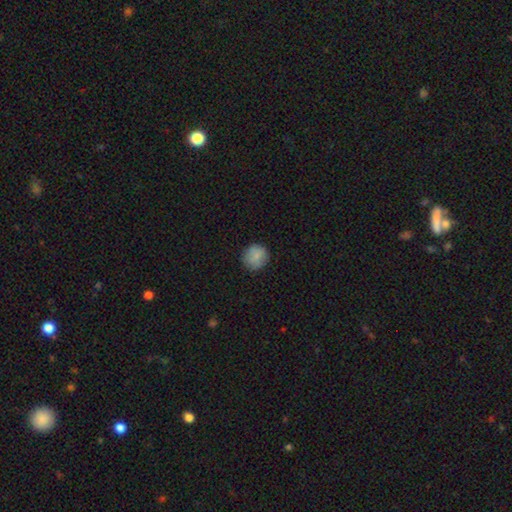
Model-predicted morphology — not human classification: A smooth galaxy with no disk features (83%) that is round (87%).

Vote fractions:
- Smooth or featured? smooth: 83% / featured or disk: 9% / star or artifact: 8%
- How rounded? round: 87% / in between: 12% / cigar-shaped: 1%
- Merging? none: 83% / minor disturbance: 13% / major disturbance: 3% / merger: 1%